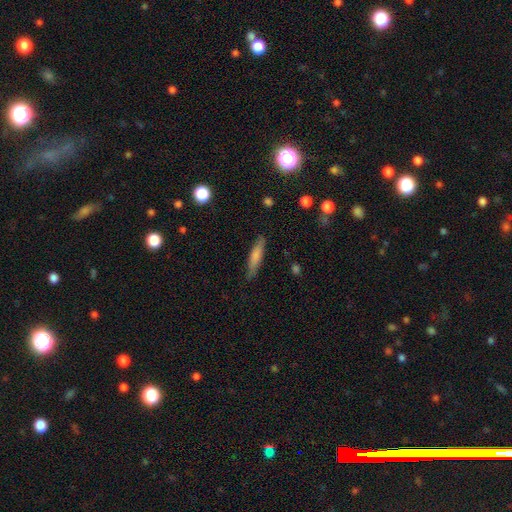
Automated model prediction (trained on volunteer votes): Smooth or featured?
  - smooth: 72% *
  - featured or disk: 22%
  - star or artifact: 6%
How rounded?
  - cigar-shaped: 81% *
  - in between: 17%
  - round: 2%
Merging?
  - none: 84% *
  - minor disturbance: 12%
  - major disturbance: 2%
  - merger: 1%